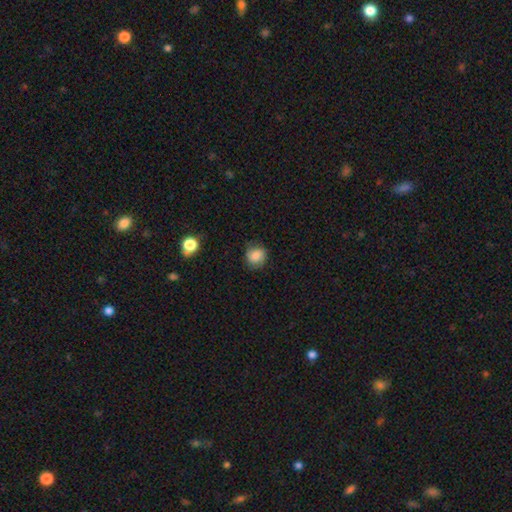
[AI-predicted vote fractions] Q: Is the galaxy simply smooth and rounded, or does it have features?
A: smooth — 80%.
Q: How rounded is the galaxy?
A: round — 77%.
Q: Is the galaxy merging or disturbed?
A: none — 73%.